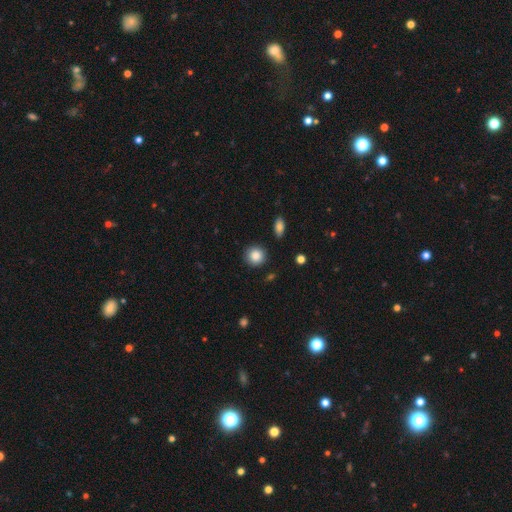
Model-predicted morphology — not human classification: Smooth or featured: smooth — 87% (star or artifact — 8%)
How rounded: round — 90% (in between — 9%)
Merging: none — 88% (minor disturbance — 8%)